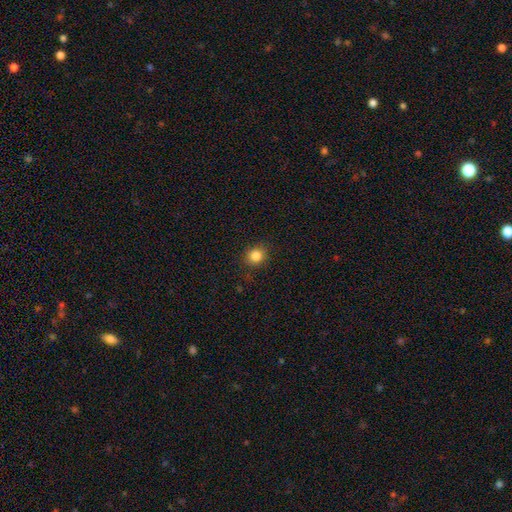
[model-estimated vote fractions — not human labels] A smooth galaxy with no disk features (84%) that is round (82%).

Vote fractions:
- Smooth or featured? smooth: 84% / star or artifact: 11% / featured or disk: 5%
- How rounded? round: 82% / in between: 17% / cigar-shaped: 1%
- Merging? none: 88% / minor disturbance: 9% / major disturbance: 3% / merger: 1%